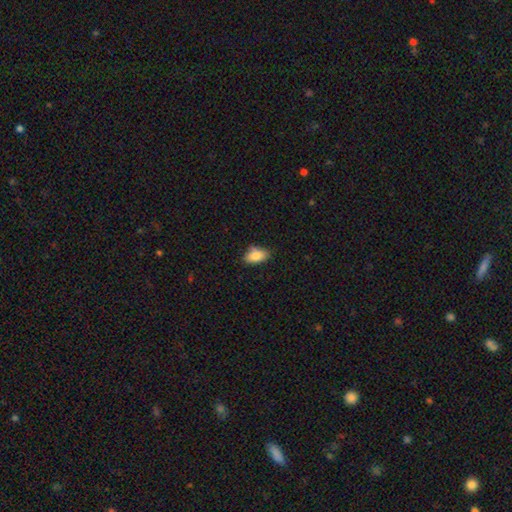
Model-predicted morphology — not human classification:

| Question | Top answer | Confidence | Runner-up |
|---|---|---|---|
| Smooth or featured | smooth | 83% | featured or disk (9%) |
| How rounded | in between | 90% | round (7%) |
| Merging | none | 64% | minor disturbance (27%) |